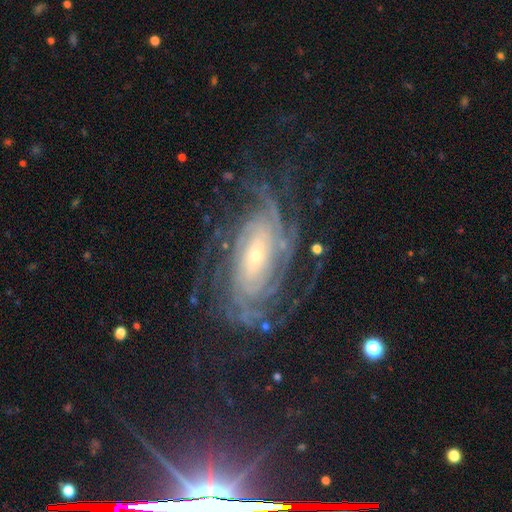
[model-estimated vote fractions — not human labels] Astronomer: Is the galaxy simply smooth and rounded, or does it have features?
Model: featured or disk — 88%.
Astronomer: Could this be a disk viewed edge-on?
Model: no — 95%.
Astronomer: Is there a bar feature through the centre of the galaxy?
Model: no — 52% (runner-up: weak, 31%).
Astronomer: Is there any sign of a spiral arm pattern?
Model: yes — 97%.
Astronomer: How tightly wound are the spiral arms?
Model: tight — 68%.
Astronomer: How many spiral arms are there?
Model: can't tell — 28% (runner-up: 4, 20%).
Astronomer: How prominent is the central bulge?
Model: small — 68%.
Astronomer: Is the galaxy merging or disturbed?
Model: none — 71%.